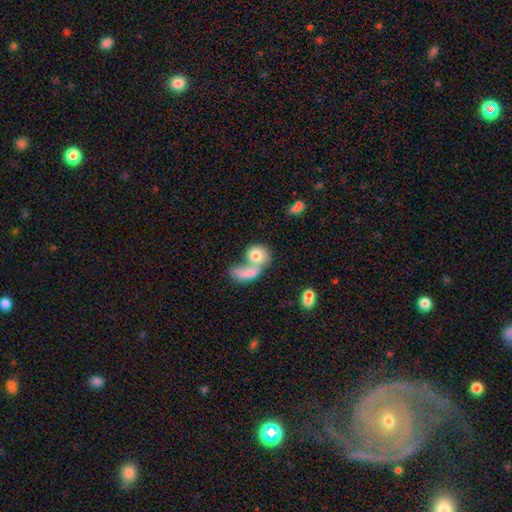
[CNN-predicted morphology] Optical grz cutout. It shows a smooth galaxy with no disk features (71%) that is round (53%). Merging: merger (69%).